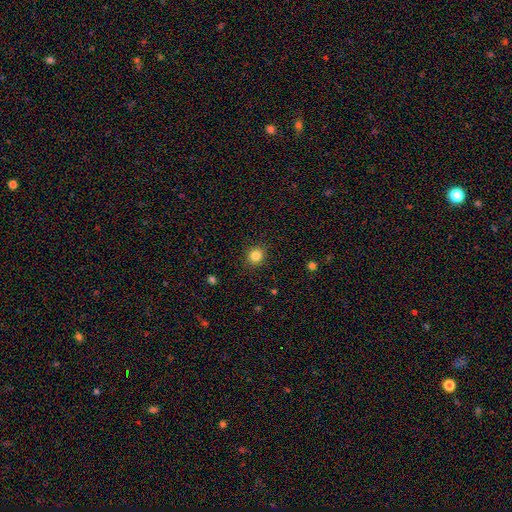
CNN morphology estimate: A smooth galaxy with no disk features (84%) that is round (84%). Merging: none (89%).